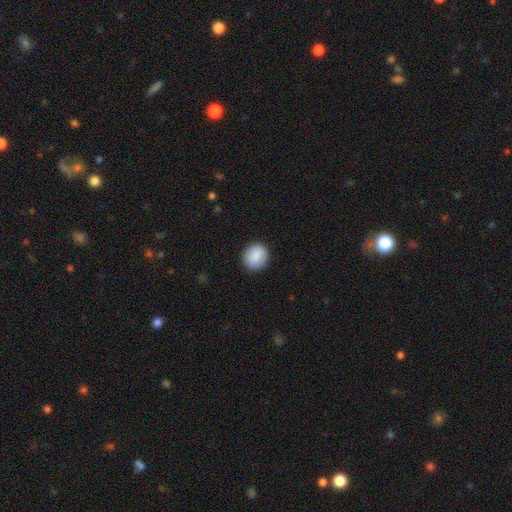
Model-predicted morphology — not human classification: A smooth galaxy with no disk features (89%) that is round (79%). Merging: none (90%).